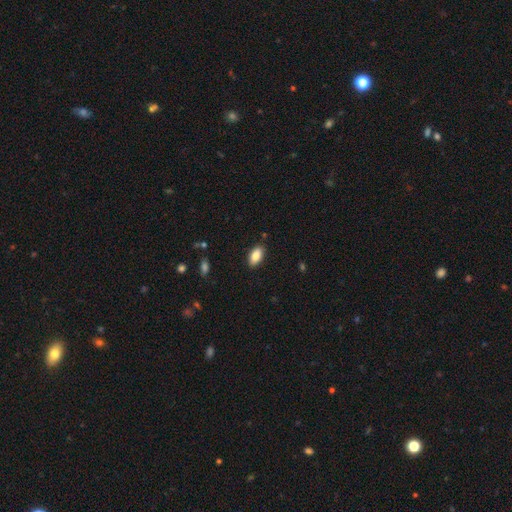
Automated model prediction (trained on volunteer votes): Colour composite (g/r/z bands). It shows a smooth galaxy with no disk features (86%) that is in between round and cigar-shaped (92%). Merging: none (88%).